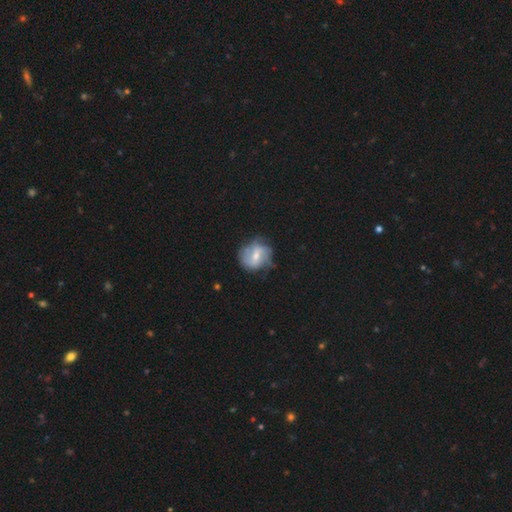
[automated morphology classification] Smooth or featured? Predicted: featured or disk (p=0.61). Edge-on disk? Predicted: no (p=0.97). Bar? Predicted: weak (p=0.53). Spiral arms? Predicted: yes (p=0.77). Bulge size? Predicted: moderate (p=0.50). Merging? Predicted: none (p=0.61).